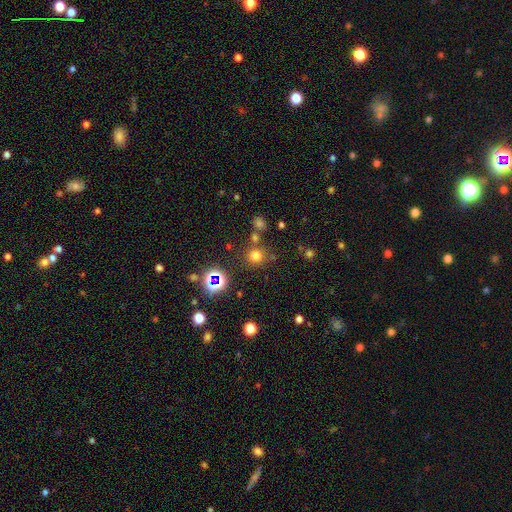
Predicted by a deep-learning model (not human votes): Smooth or featured: smooth — 67% (star or artifact — 26%)
How rounded: round — 91% (in between — 8%)
Merging: none — 77% (merger — 10%)